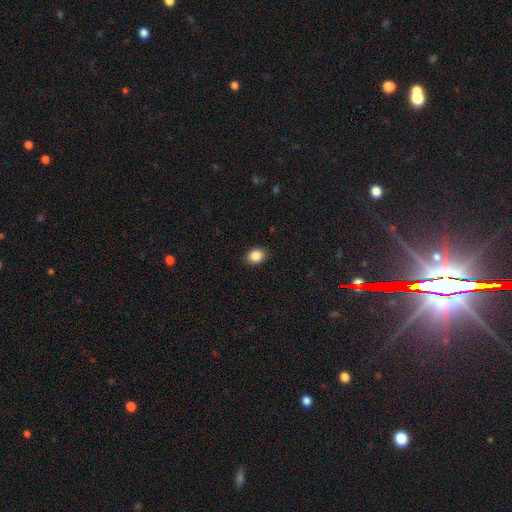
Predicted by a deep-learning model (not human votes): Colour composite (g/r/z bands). It shows a smooth galaxy with no disk features (87%) that is round (57%). Merging: none (90%).